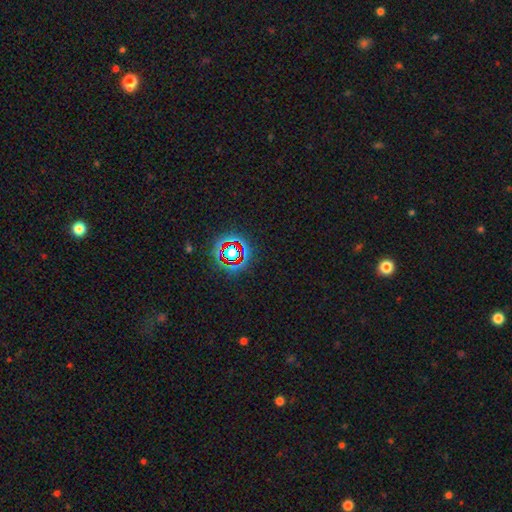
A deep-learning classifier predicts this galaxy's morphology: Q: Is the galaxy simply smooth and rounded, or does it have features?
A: star or artifact — 50%.